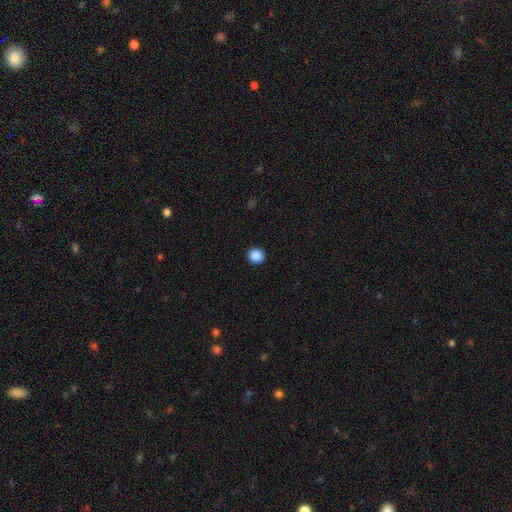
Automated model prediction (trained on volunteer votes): A smooth galaxy with no disk features (88%) that is round (90%).

Vote fractions:
- Smooth or featured? smooth: 88% / star or artifact: 9% / featured or disk: 2%
- How rounded? round: 90% / in between: 9% / cigar-shaped: 1%
- Merging? none: 93% / minor disturbance: 4% / major disturbance: 2% / merger: 1%